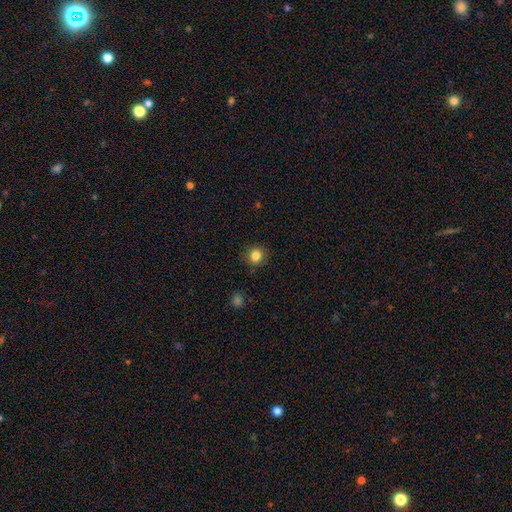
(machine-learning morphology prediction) Smooth or featured?
  - smooth: 84% *
  - star or artifact: 11%
  - featured or disk: 5%
How rounded?
  - round: 89% *
  - in between: 10%
  - cigar-shaped: 1%
Merging?
  - none: 89% *
  - minor disturbance: 8%
  - major disturbance: 2%
  - merger: 1%